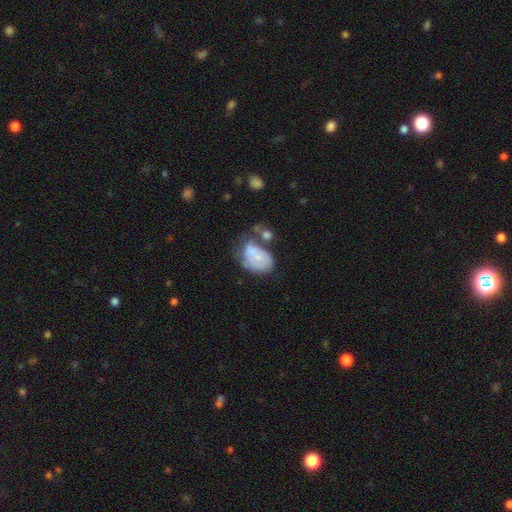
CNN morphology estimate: smooth_or_featured: smooth (p=0.49) [alt: featured or disk p=0.43]
merging: minor disturbance (p=0.28) [alt: none p=0.26]